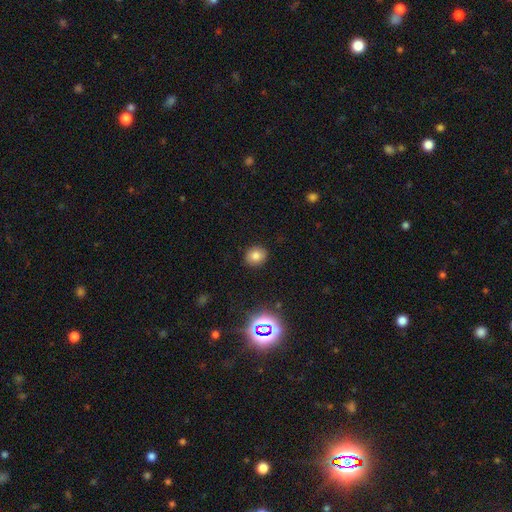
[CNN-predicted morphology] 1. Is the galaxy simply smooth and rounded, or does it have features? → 78% smooth, 15% star or artifact, 8% featured or disk.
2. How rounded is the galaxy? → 72% round, 27% in between, 1% cigar-shaped.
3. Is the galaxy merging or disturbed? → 89% none, 8% minor disturbance, 2% major disturbance, 1% merger.